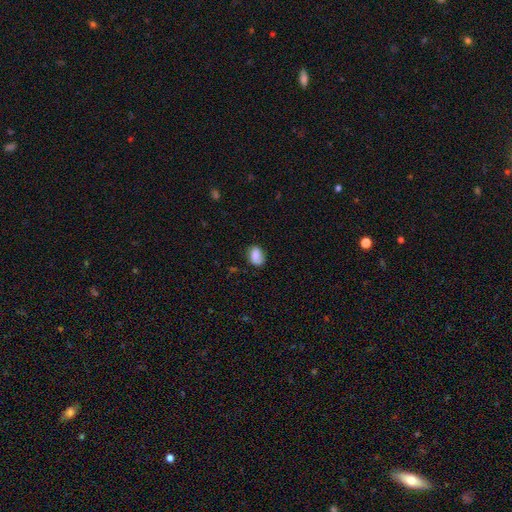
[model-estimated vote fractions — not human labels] This appears to be a smooth galaxy with no disk features (83%) that is in between round and cigar-shaped (77%). Merging: none (70%).